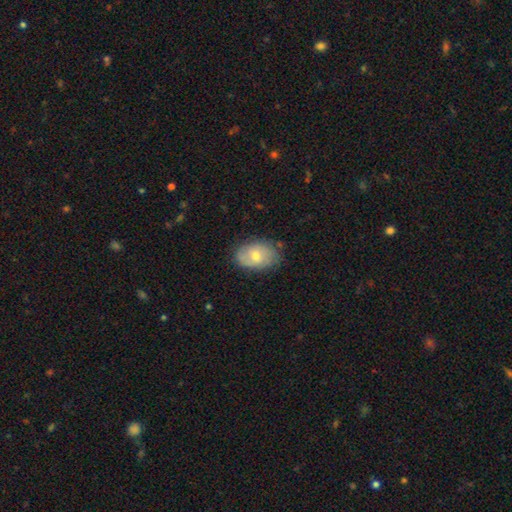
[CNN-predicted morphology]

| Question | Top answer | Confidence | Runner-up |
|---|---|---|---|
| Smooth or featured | smooth | 61% | featured or disk (32%) |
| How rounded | in between | 84% | round (15%) |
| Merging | none | 73% | minor disturbance (21%) |